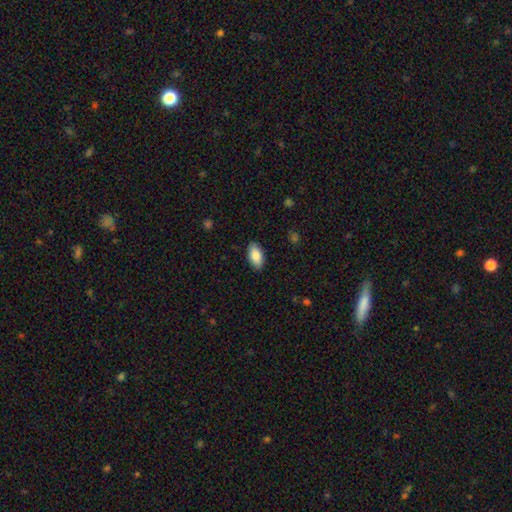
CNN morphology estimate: A smooth galaxy with no disk features (85%) that is in between round and cigar-shaped (93%).

Vote fractions:
- Smooth or featured? smooth: 85% / featured or disk: 8% / star or artifact: 6%
- How rounded? in between: 93% / cigar-shaped: 4% / round: 3%
- Merging? none: 88% / minor disturbance: 9% / major disturbance: 2% / merger: 1%